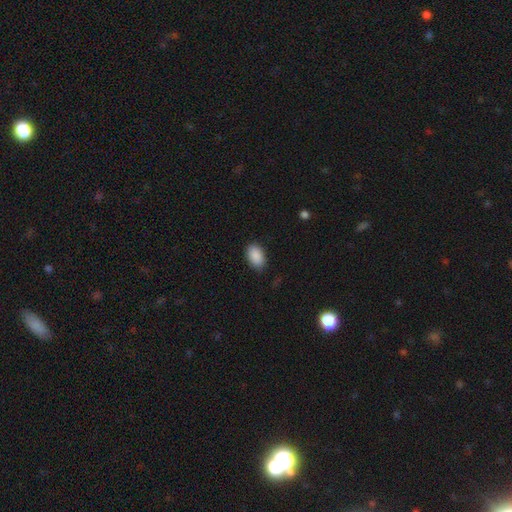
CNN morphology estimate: smooth 90%, star or artifact 7%, featured or disk 3%. Down the decision tree: how rounded — in between (91%); merging — none (85%).